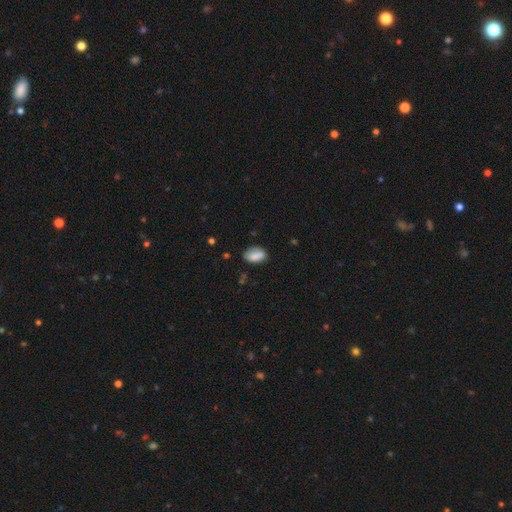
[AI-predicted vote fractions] The model was most divided on "merging": none: 66%, minor disturbance: 23%, merger: 6%, major disturbance: 5%. More confident: how rounded — in between (88%); smooth or featured — smooth (81%).